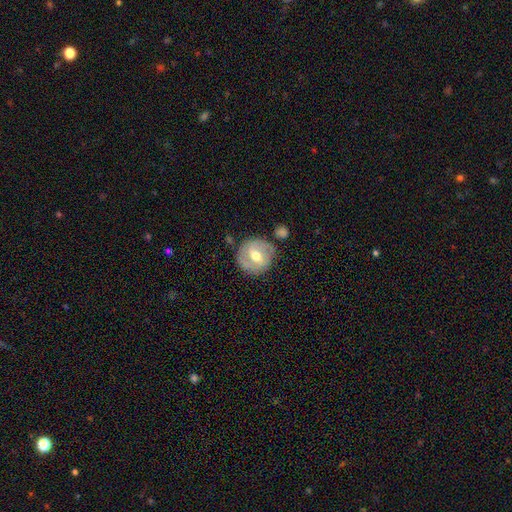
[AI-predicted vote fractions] Morphology: type=featured or disk (55%); edge-on=no (95%); bar=weak (48%); spiral arms=yes (52%); bulge=moderate (76%); merging=none (75%).